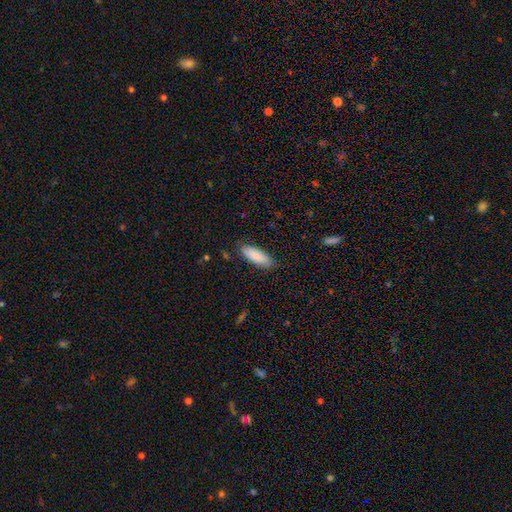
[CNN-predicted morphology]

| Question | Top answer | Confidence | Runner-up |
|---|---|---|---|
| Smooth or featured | smooth | 88% | featured or disk (6%) |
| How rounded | in between | 65% | cigar-shaped (33%) |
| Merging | none | 85% | minor disturbance (12%) |